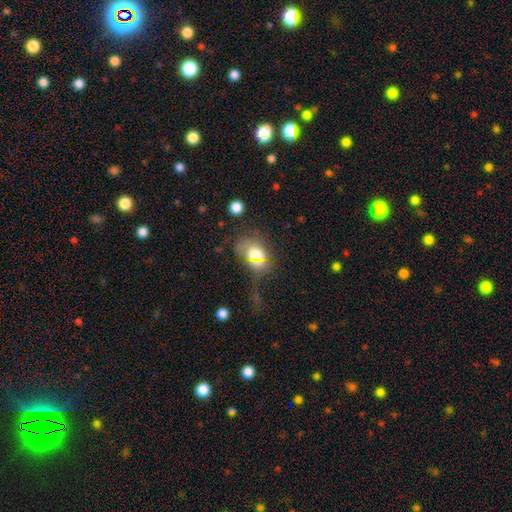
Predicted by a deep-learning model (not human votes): Smooth or featured? smooth (64%)
How rounded? in between (61%)
Merging? none (55%)